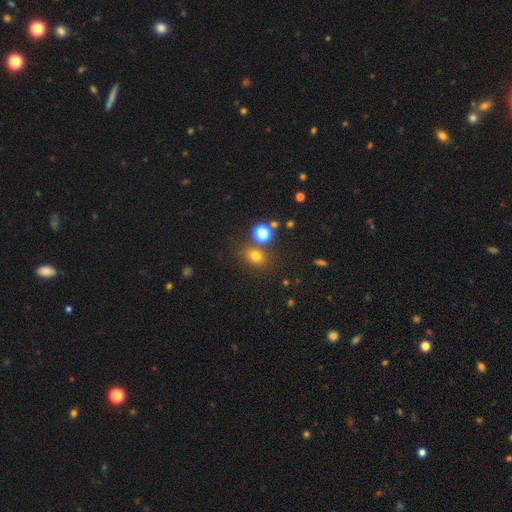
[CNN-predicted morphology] type=smooth (71%); roundness=round (63%); merging=none (73%).